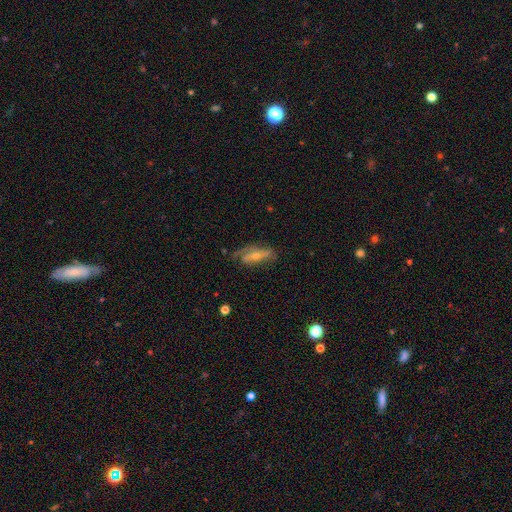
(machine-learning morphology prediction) A featured or disk galaxy (54%). Merging: none (49%).